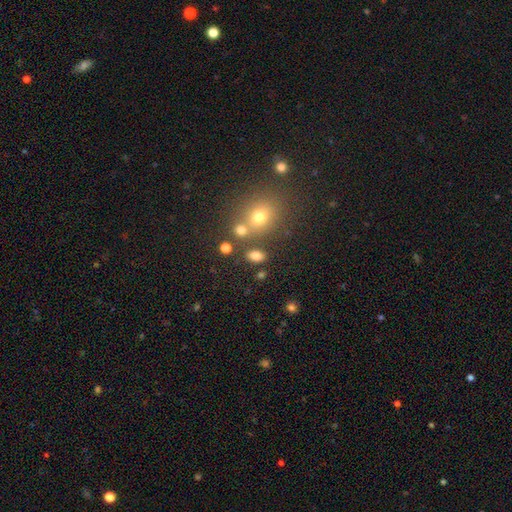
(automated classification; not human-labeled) Smooth or featured? Predicted: smooth (p=0.78). How rounded? Predicted: in between (p=0.83). Merging? Predicted: none (p=0.75).